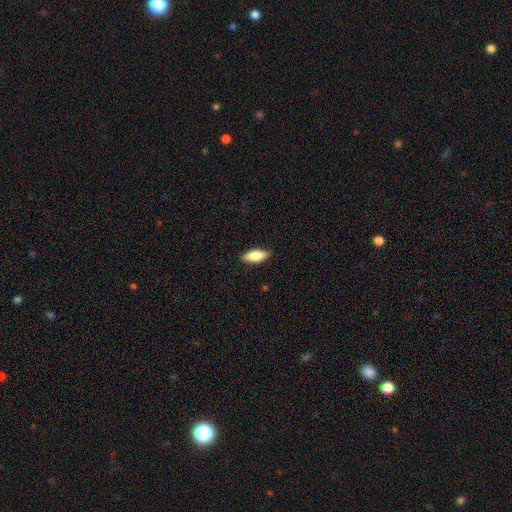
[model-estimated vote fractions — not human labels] Smooth or featured? Predicted: smooth (p=0.75). How rounded? Predicted: in between (p=0.79). Merging? Predicted: none (p=0.88).